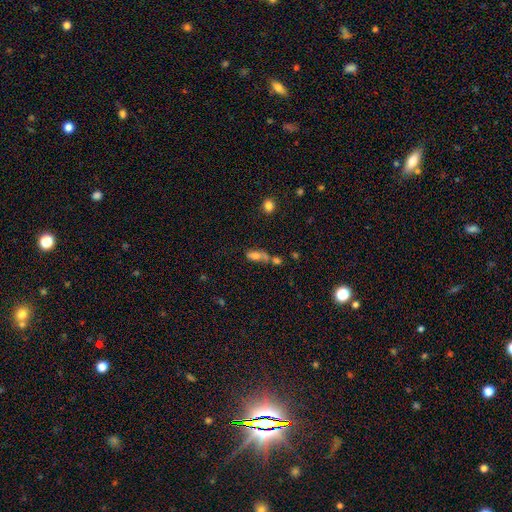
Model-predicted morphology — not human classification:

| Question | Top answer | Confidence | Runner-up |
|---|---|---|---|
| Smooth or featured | smooth | 70% | featured or disk (18%) |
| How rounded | in between | 76% | cigar-shaped (16%) |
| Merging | merger | 44% | none (30%) |